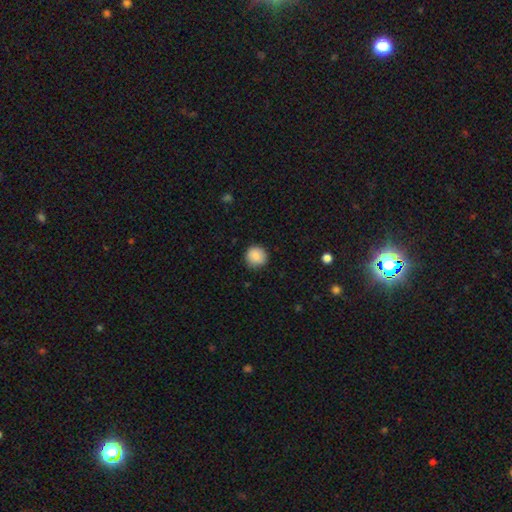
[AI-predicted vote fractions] A smooth galaxy with no disk features (88%) that is round (94%).

Vote fractions:
- Smooth or featured? smooth: 88% / star or artifact: 8% / featured or disk: 4%
- How rounded? round: 94% / in between: 5% / cigar-shaped: 1%
- Merging? none: 88% / minor disturbance: 9% / major disturbance: 2% / merger: 1%